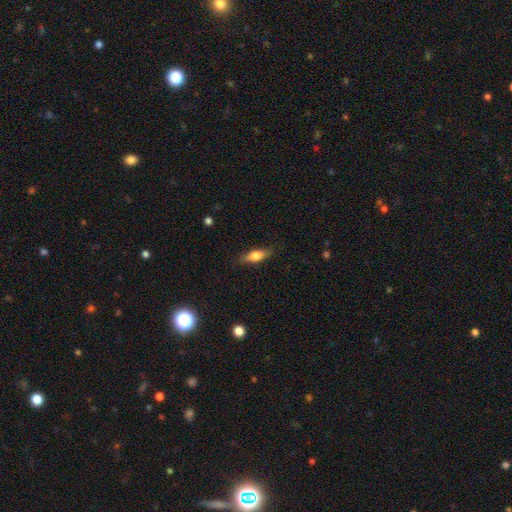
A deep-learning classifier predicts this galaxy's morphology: A smooth galaxy with no disk features (67%) that is in between round and cigar-shaped (57%). Merging: none (83%).